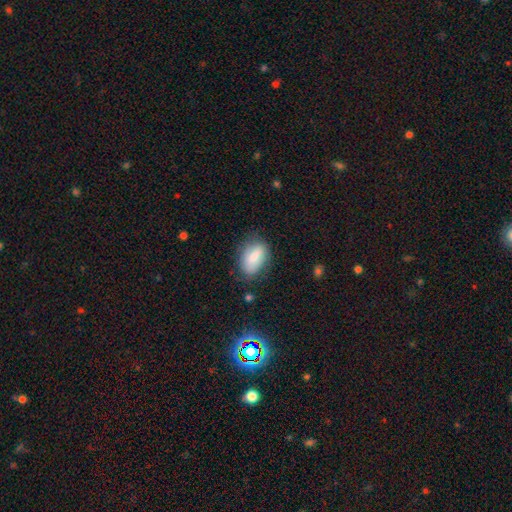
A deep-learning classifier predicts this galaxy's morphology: Q: Smooth or featured?
A: smooth (77%); runner-up: featured or disk (16%)
Q: How rounded?
A: in between (86%); runner-up: round (10%)
Q: Merging?
A: none (71%); runner-up: minor disturbance (21%)